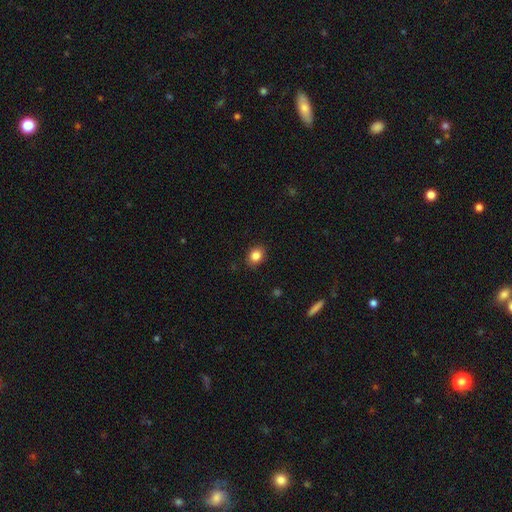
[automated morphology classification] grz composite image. It shows a smooth galaxy with no disk features (85%) that is in between round and cigar-shaped (54%). Merging: none (88%).